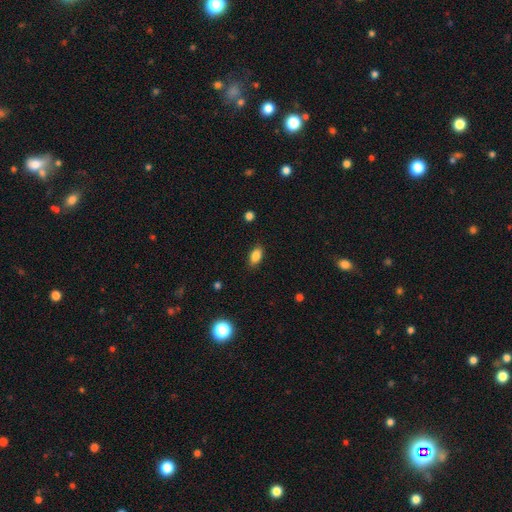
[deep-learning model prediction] This is clearly a smooth galaxy (86%). How rounded: clearly in between (88%). Merging: clearly none (86%).